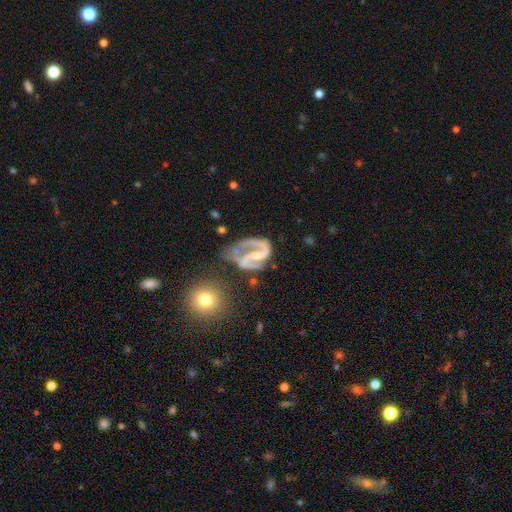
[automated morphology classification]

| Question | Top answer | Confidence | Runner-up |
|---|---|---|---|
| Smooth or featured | featured or disk | 92% | star or artifact (4%) |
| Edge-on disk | no | 98% | yes (2%) |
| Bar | strong | 43% | weak (37%) |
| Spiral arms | yes | 97% | no (3%) |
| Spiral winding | medium | 57% | loose (26%) |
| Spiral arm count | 2 | 87% | 1 (7%) |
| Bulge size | small | 59% | moderate (31%) |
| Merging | none | 43% | major disturbance (25%) |